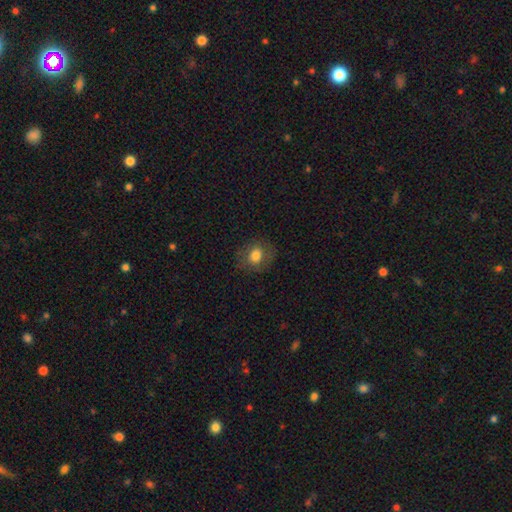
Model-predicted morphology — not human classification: smooth 76%, featured or disk 14%, star or artifact 10%. Down the decision tree: how rounded — round (65%); merging — none (81%).